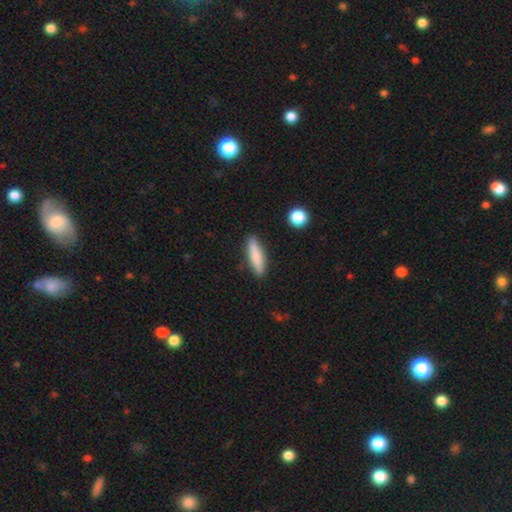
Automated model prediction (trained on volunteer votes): Smooth or featured?
  - smooth: 78% *
  - featured or disk: 16%
  - star or artifact: 6%
How rounded?
  - cigar-shaped: 79% *
  - in between: 20%
  - round: 2%
Merging?
  - none: 87% *
  - minor disturbance: 9%
  - major disturbance: 2%
  - merger: 2%